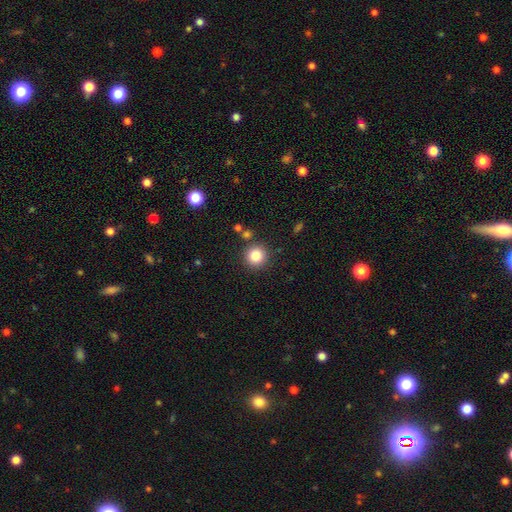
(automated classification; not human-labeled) Overall: smooth (84%). How rounded: round (94%). Merging: none (87%).